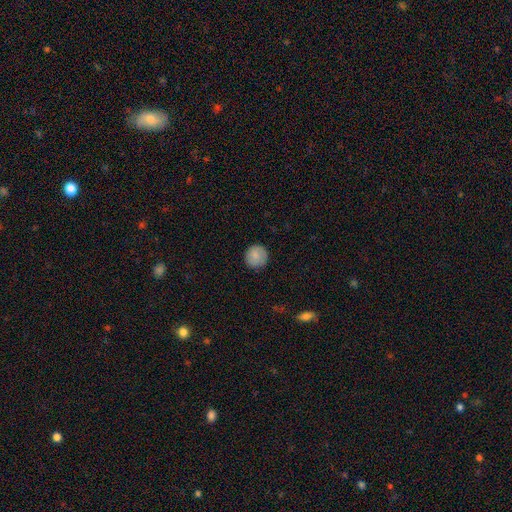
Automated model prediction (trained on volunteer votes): This appears to be a smooth galaxy with no disk features (85%) that is round (92%). Merging: none (87%).